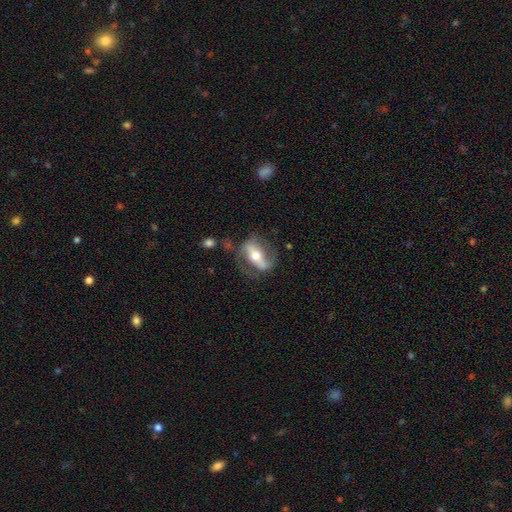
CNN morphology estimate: The model was most divided on "spiral arms": yes: 61%, no: 39%. More confident: edge-on disk — no (79%); bulge size — moderate (70%); smooth or featured — featured or disk (68%); bar — strong (59%); merging — none (58%).